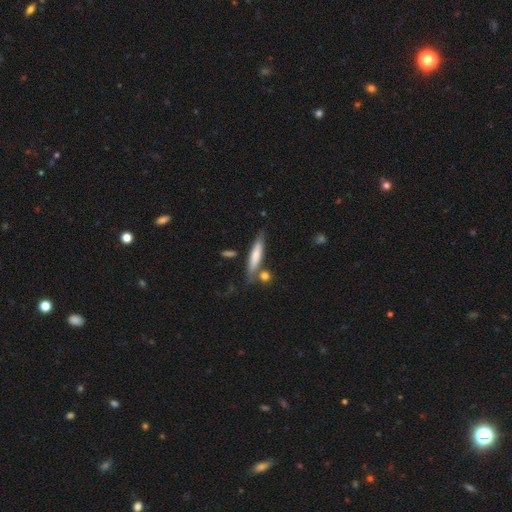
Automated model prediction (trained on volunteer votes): Smooth or featured? smooth (63%)
How rounded? cigar-shaped (85%)
Merging? none (71%)